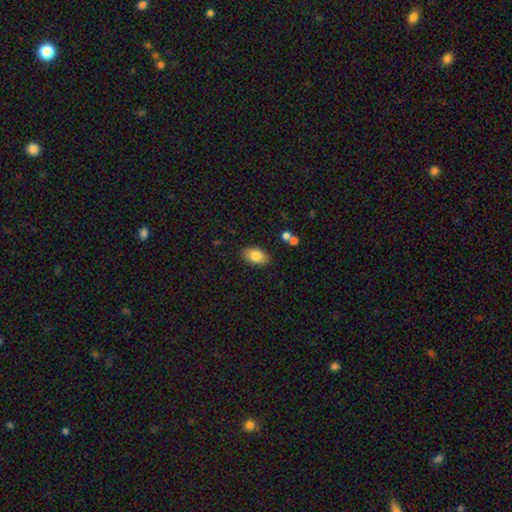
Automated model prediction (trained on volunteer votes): Overall: smooth (82%). How rounded: in between (93%). Merging: none (86%).